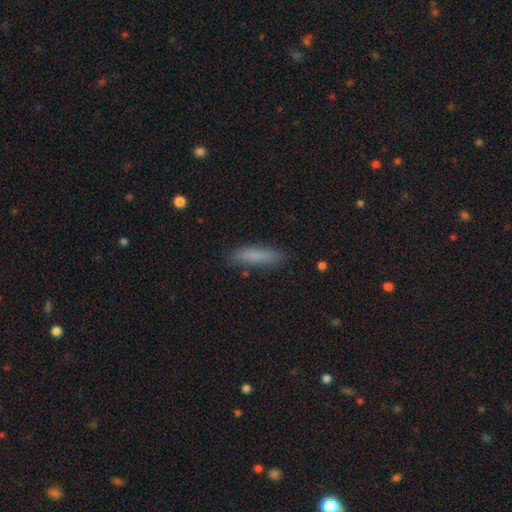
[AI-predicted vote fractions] Morphology: type=smooth (82%); roundness=cigar-shaped (80%); merging=none (84%).